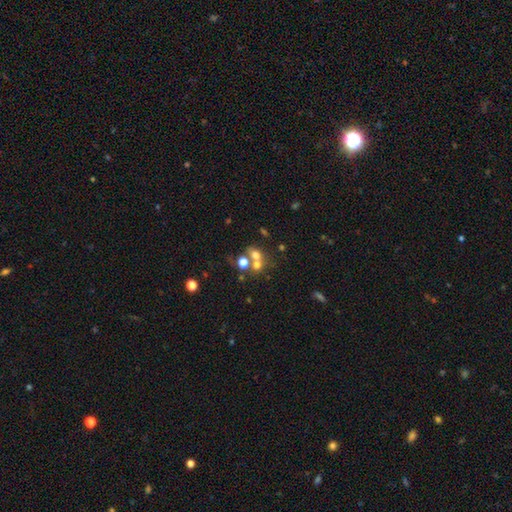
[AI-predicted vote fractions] A smooth galaxy with no disk features (61%) that is round (62%).

Vote fractions:
- Smooth or featured? smooth: 61% / featured or disk: 20% / star or artifact: 19%
- How rounded? round: 62% / in between: 37% / cigar-shaped: 1%
- Merging? merger: 49% / none: 37% / minor disturbance: 8% / major disturbance: 6%